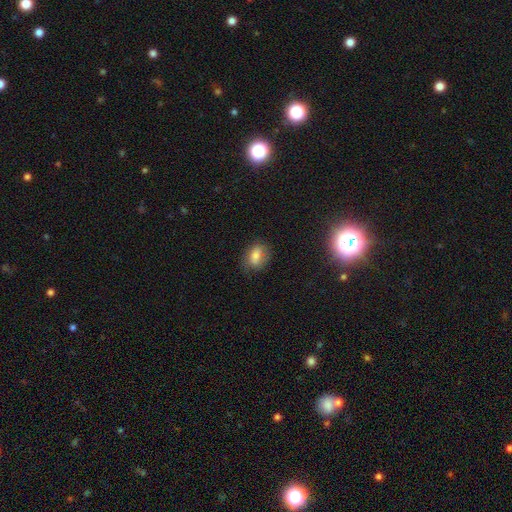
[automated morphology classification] smooth_or_featured: smooth (p=0.78) [alt: featured or disk p=0.12]
how_rounded: in between (p=0.77) [alt: round p=0.20]
merging: none (p=0.71) [alt: minor disturbance p=0.21]